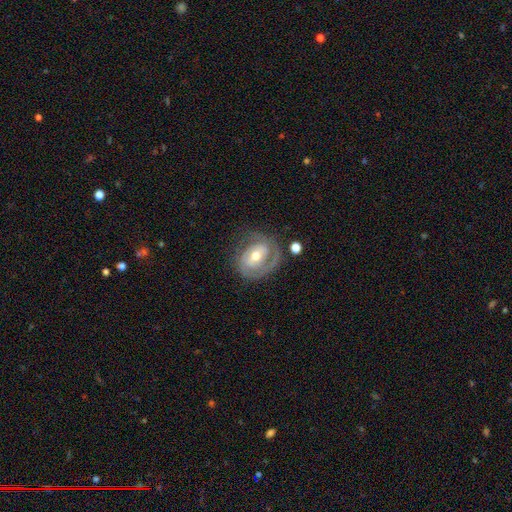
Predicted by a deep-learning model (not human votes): Smooth or featured?
  - featured or disk: 77% *
  - smooth: 16%
  - star or artifact: 6%
Edge-on disk?
  - no: 96% *
  - yes: 4%
Bar?
  - weak: 40% *
  - no: 39%
  - strong: 21%
Spiral arms?
  - yes: 84% *
  - no: 16%
Spiral winding?
  - tight: 58% *
  - medium: 31%
  - loose: 11%
Spiral arm count?
  - 2: 43% *
  - 1: 34%
  - can't tell: 17%
  - 3: 4%
  - 4: 1%
  - more than 4: 1%
Bulge size?
  - moderate: 68% *
  - small: 26%
  - large: 5%
  - none: 1%
  - dominant: 1%
Merging?
  - none: 63% *
  - minor disturbance: 19%
  - major disturbance: 15%
  - merger: 3%